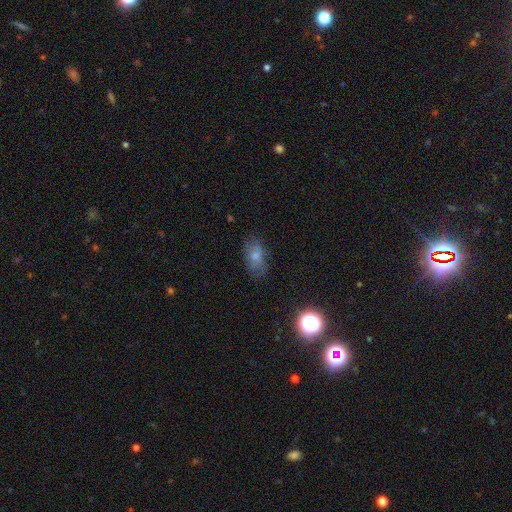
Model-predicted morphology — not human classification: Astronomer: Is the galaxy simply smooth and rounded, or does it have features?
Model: smooth — 70%.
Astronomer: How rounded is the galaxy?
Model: in between — 89%.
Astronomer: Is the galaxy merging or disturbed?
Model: none — 67%.